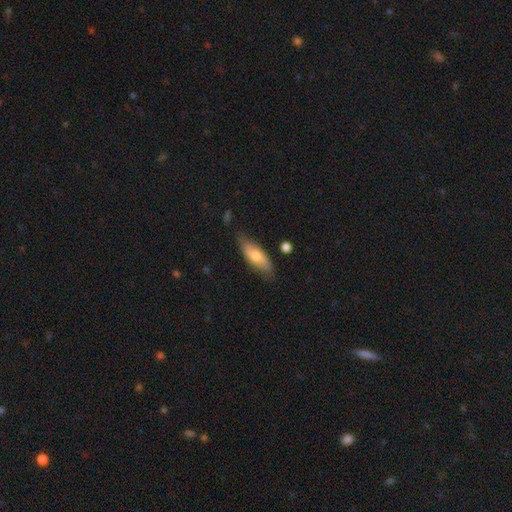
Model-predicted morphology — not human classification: A smooth galaxy with no disk features (65%) that is in between round and cigar-shaped (68%).

Vote fractions:
- Smooth or featured? smooth: 65% / featured or disk: 29% / star or artifact: 6%
- How rounded? in between: 68% / cigar-shaped: 30% / round: 3%
- Merging? none: 75% / minor disturbance: 20% / major disturbance: 3% / merger: 2%